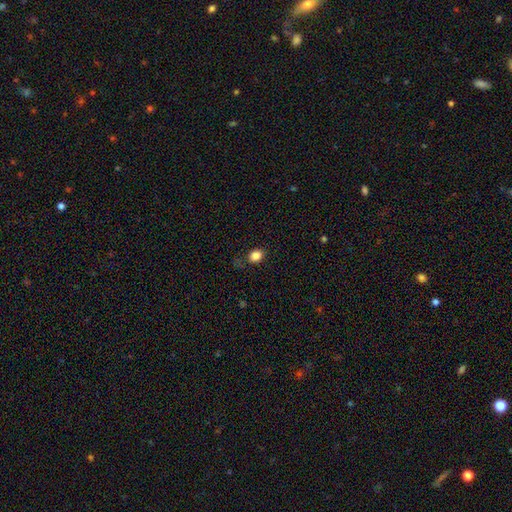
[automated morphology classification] A smooth galaxy with no disk features (84%) that is in between round and cigar-shaped (64%).

Vote fractions:
- Smooth or featured? smooth: 84% / star or artifact: 11% / featured or disk: 5%
- How rounded? in between: 64% / round: 35% / cigar-shaped: 1%
- Merging? none: 77% / minor disturbance: 16% / major disturbance: 6% / merger: 2%